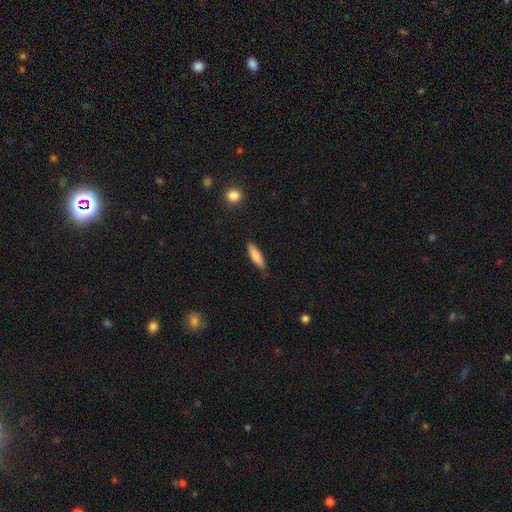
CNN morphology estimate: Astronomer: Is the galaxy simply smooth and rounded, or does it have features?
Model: smooth — 80%.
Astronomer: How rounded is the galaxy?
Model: cigar-shaped — 73%.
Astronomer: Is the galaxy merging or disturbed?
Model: none — 81%.